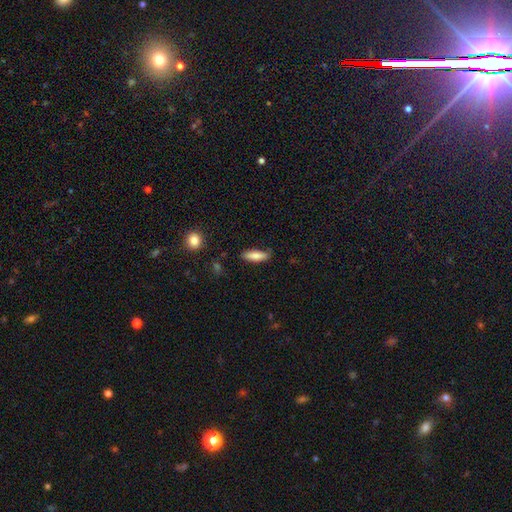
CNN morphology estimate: Smooth or featured?
  - smooth: 80% *
  - featured or disk: 14%
  - star or artifact: 7%
How rounded?
  - cigar-shaped: 52% *
  - in between: 46%
  - round: 2%
Merging?
  - none: 80% *
  - minor disturbance: 15%
  - major disturbance: 3%
  - merger: 2%